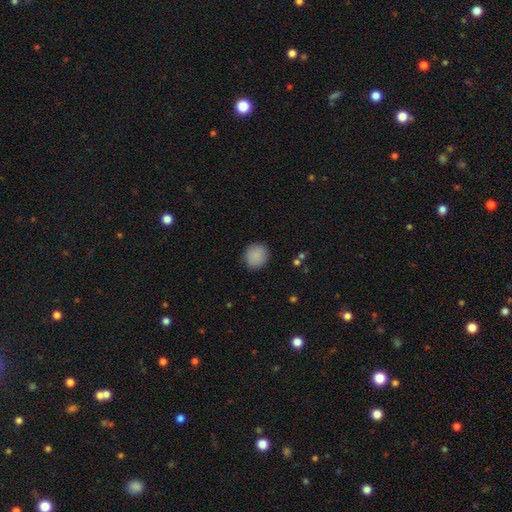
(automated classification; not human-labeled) smooth 89%, star or artifact 8%, featured or disk 4%. Down the decision tree: how rounded — round (86%); merging — none (88%).